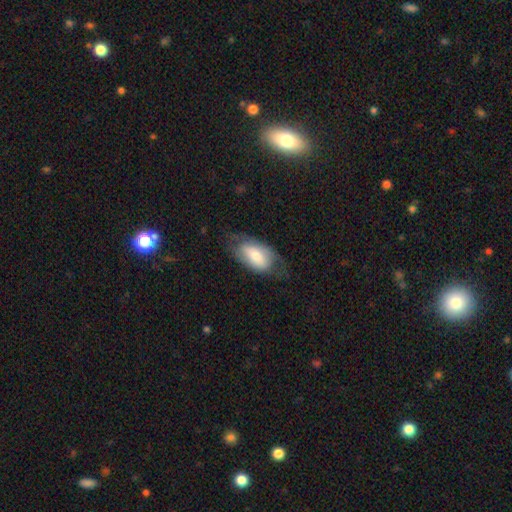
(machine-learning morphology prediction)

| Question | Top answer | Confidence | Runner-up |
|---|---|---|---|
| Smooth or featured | smooth | 57% | featured or disk (36%) |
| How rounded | in between | 92% | round (5%) |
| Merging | none | 56% | minor disturbance (26%) |